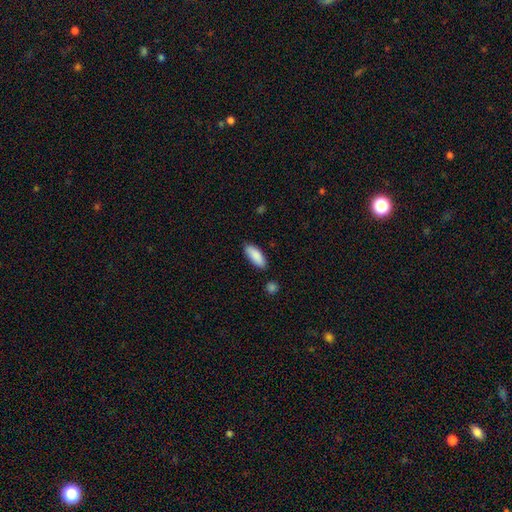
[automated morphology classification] smooth_or_featured: smooth (p=0.89) [alt: star or artifact p=0.06]
how_rounded: in between (p=0.77) [alt: cigar-shaped p=0.21]
merging: none (p=0.85) [alt: minor disturbance p=0.11]